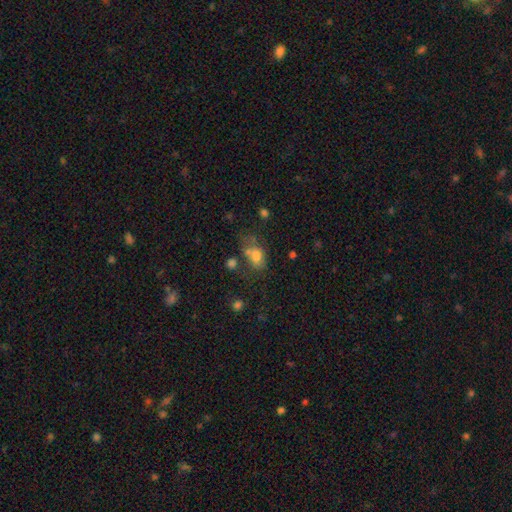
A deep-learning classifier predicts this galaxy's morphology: Smooth or featured? smooth (71%)
How rounded? in between (73%)
Merging? none (36%)